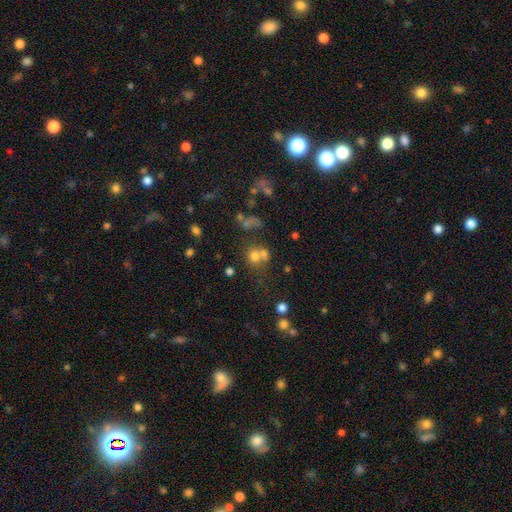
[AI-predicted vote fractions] A smooth galaxy with no disk features (63%) that is round (80%).

Vote fractions:
- Smooth or featured? smooth: 63% / star or artifact: 22% / featured or disk: 15%
- How rounded? round: 80% / in between: 18% / cigar-shaped: 1%
- Merging? none: 44% / merger: 41% / minor disturbance: 9% / major disturbance: 6%